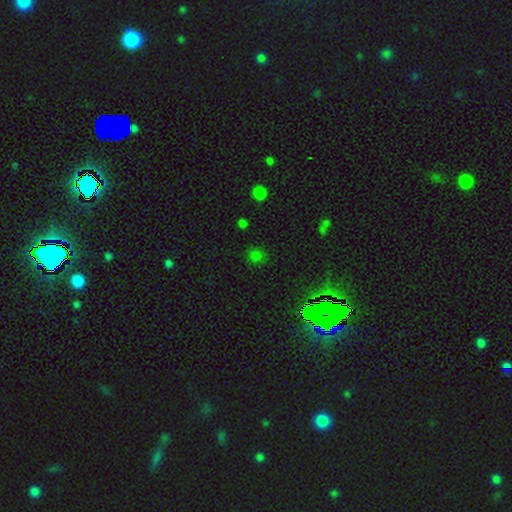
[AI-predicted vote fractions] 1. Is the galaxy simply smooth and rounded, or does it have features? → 64% smooth, 31% star or artifact, 5% featured or disk.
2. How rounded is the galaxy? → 85% round, 13% in between, 1% cigar-shaped.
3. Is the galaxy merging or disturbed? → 83% none, 11% minor disturbance, 4% major disturbance, 3% merger.